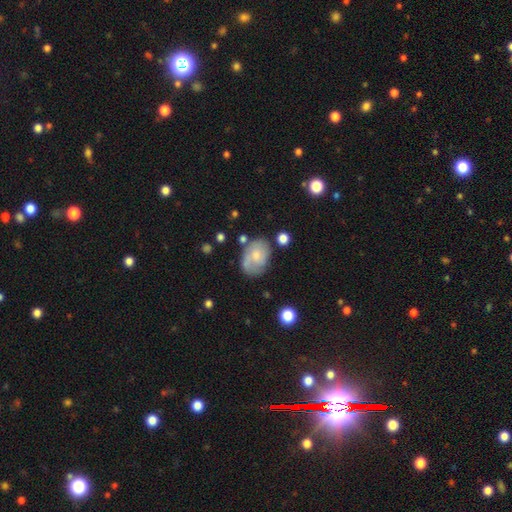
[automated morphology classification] smooth_or_featured: smooth (p=0.53) [alt: featured or disk p=0.39]
how_rounded: in between (p=0.77) [alt: round p=0.22]
merging: none (p=0.52) [alt: minor disturbance p=0.28]